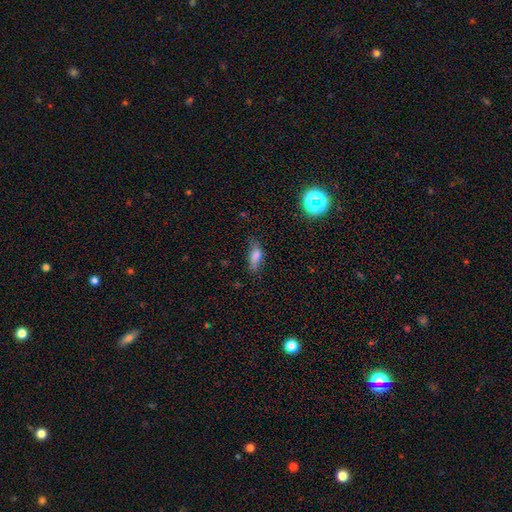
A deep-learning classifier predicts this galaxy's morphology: Q: Smooth or featured?
A: smooth (75%); runner-up: featured or disk (14%)
Q: How rounded?
A: in between (70%); runner-up: cigar-shaped (26%)
Q: Merging?
A: none (59%); runner-up: minor disturbance (28%)